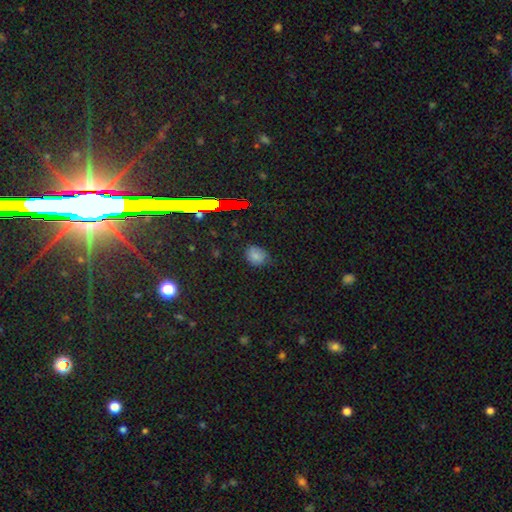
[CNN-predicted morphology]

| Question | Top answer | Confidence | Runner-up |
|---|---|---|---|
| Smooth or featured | smooth | 73% | star or artifact (19%) |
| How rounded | in between | 52% | round (47%) |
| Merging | none | 74% | minor disturbance (21%) |